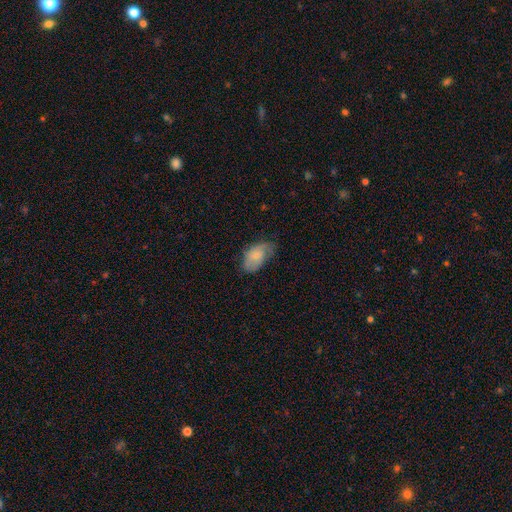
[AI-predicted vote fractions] Morphology: type=smooth (61%); roundness=in between (92%); merging=none (48%).